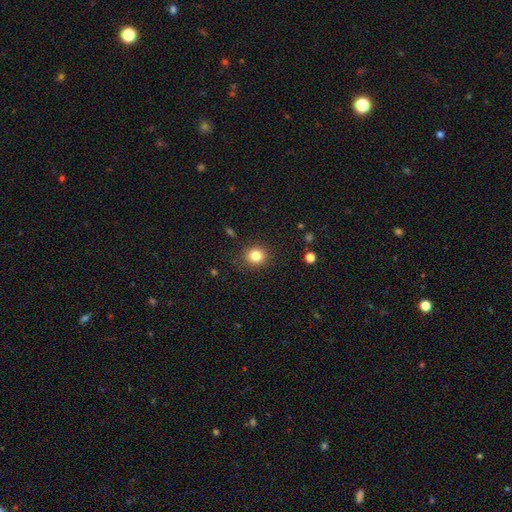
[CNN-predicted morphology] This appears to be a smooth galaxy with no disk features (83%) that is round (82%). Merging: none (89%).